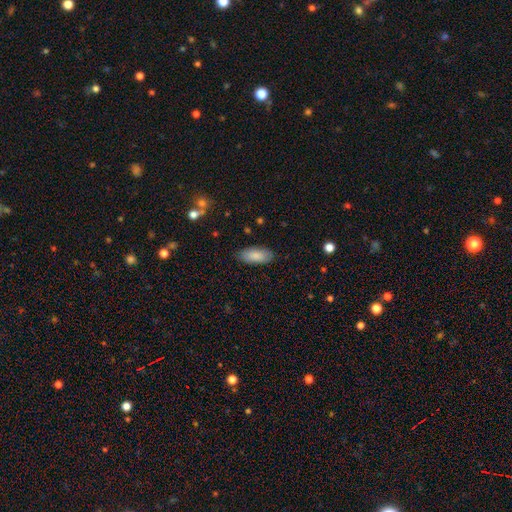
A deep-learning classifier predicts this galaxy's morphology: This appears to be a smooth galaxy with no disk features (87%) that is in between round and cigar-shaped (86%). Merging: none (86%).